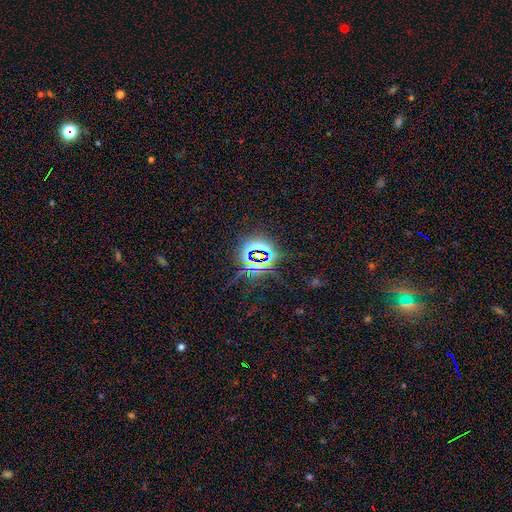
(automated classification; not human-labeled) Smooth or featured?
  - star or artifact: 80% *
  - smooth: 11%
  - featured or disk: 9%